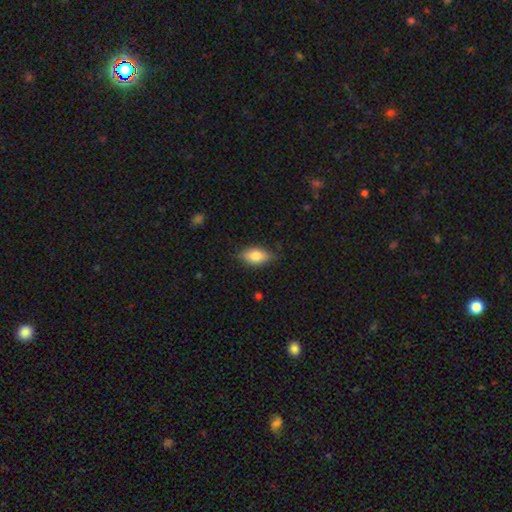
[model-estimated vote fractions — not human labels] Q: Smooth or featured?
A: smooth (78%); runner-up: featured or disk (15%)
Q: How rounded?
A: in between (88%); runner-up: cigar-shaped (8%)
Q: Merging?
A: none (78%); runner-up: minor disturbance (18%)